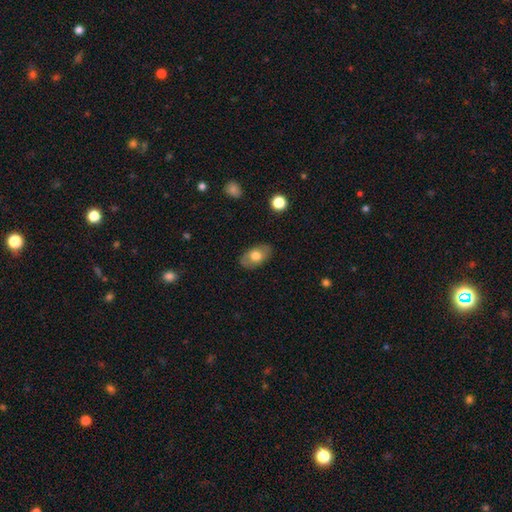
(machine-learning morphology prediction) Q: Smooth or featured?
A: smooth (68%); runner-up: featured or disk (26%)
Q: How rounded?
A: in between (91%); runner-up: round (8%)
Q: Merging?
A: none (83%); runner-up: minor disturbance (13%)